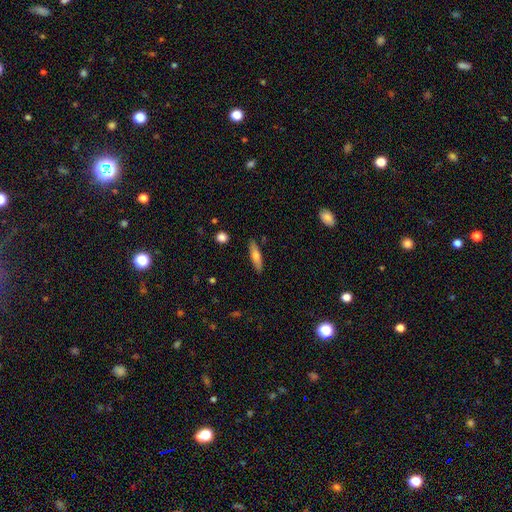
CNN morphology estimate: smooth_or_featured: smooth (p=0.66) [alt: featured or disk p=0.28]
how_rounded: cigar-shaped (p=0.70) [alt: in between p=0.28]
merging: none (p=0.86) [alt: minor disturbance p=0.10]